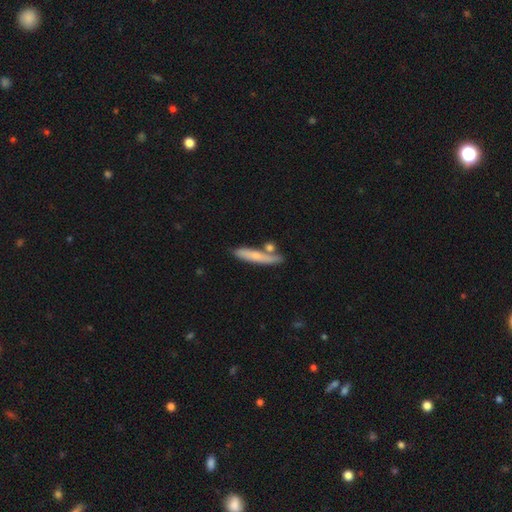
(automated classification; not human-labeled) A smooth galaxy with no disk features (63%) that is cigar-shaped (87%).

Vote fractions:
- Smooth or featured? smooth: 63% / featured or disk: 30% / star or artifact: 6%
- How rounded? cigar-shaped: 87% / in between: 11% / round: 2%
- Merging? none: 66% / minor disturbance: 16% / merger: 14% / major disturbance: 4%